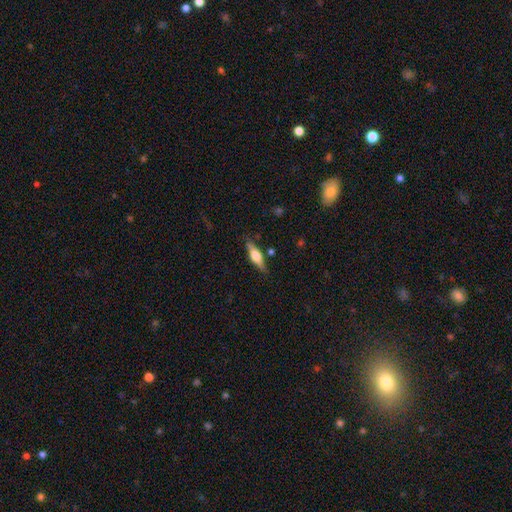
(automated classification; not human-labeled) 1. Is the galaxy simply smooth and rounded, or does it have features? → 52% featured or disk, 42% smooth, 6% star or artifact.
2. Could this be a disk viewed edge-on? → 93% yes, 7% no.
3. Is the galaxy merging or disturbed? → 82% none, 13% minor disturbance, 3% major disturbance, 2% merger.